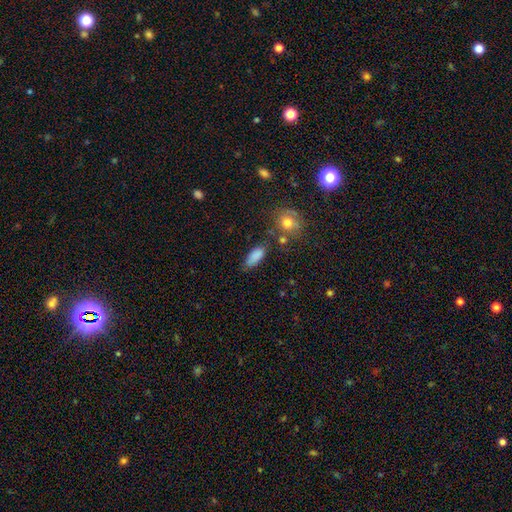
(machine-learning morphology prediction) A smooth galaxy with no disk features (84%) that is in between round and cigar-shaped (82%).

Vote fractions:
- Smooth or featured? smooth: 84% / star or artifact: 9% / featured or disk: 7%
- How rounded? in between: 82% / cigar-shaped: 13% / round: 4%
- Merging? none: 62% / minor disturbance: 24% / merger: 7% / major disturbance: 7%